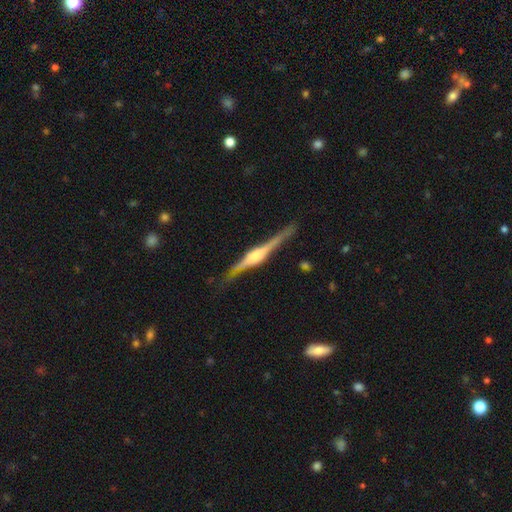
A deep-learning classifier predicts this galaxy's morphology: Q: Smooth or featured?
A: featured or disk (85%); runner-up: smooth (10%)
Q: Edge-on disk?
A: yes (98%); runner-up: no (2%)
Q: Edge-on bulge?
A: rounded (70%); runner-up: boxy (26%)
Q: Merging?
A: none (84%); runner-up: minor disturbance (12%)